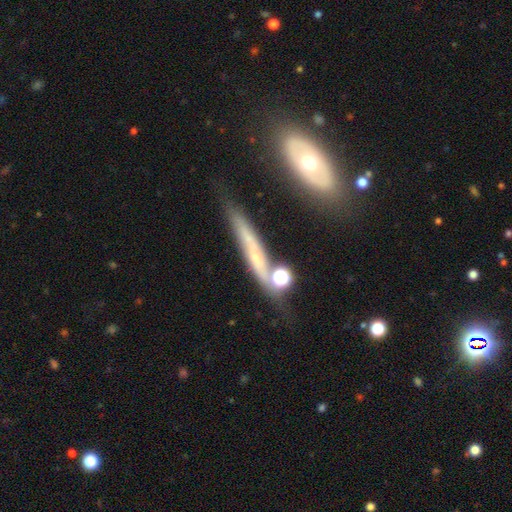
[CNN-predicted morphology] Smooth or featured?
  - featured or disk: 59% *
  - smooth: 32%
  - star or artifact: 9%
Edge-on disk?
  - yes: 73% *
  - no: 27%
Merging?
  - none: 58% *
  - minor disturbance: 22%
  - merger: 11%
  - major disturbance: 9%